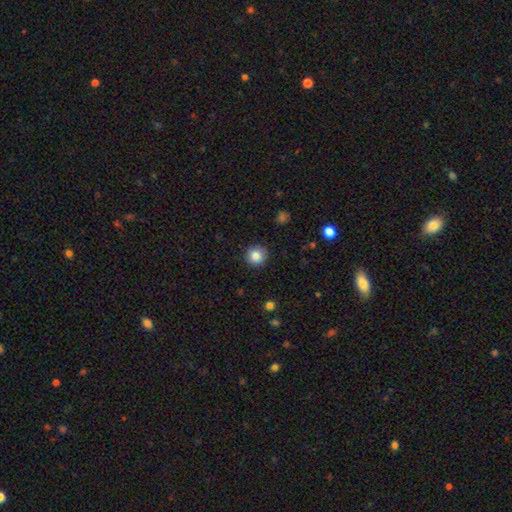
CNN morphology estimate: This appears to be a smooth galaxy with no disk features (85%) that is round (94%). Merging: none (91%).